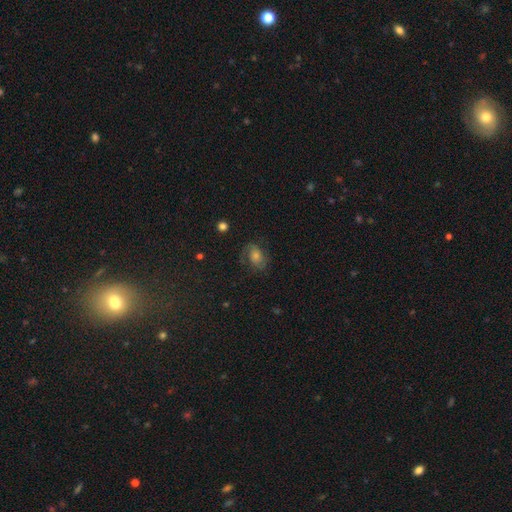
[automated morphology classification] Smooth or featured: featured or disk — 49% (smooth — 30%)
Merging: none — 72% (minor disturbance — 17%)